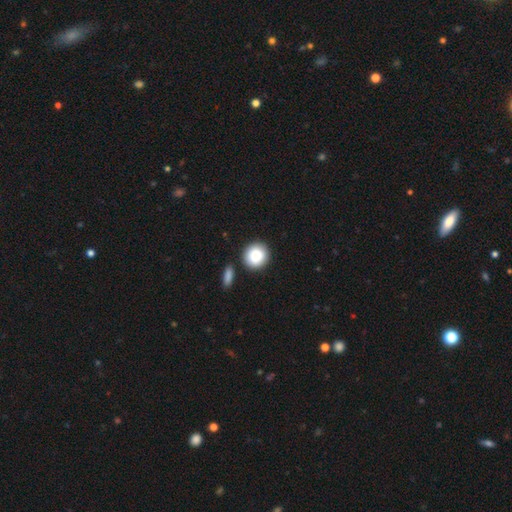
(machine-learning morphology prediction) smooth-or-featured: smooth: 86% | featured or disk: 7% | star or artifact: 7%
  how-rounded: round: 88% | in between: 11% | cigar-shaped: 1%
  merging: none: 83% | minor disturbance: 8% | merger: 8% | major disturbance: 2%